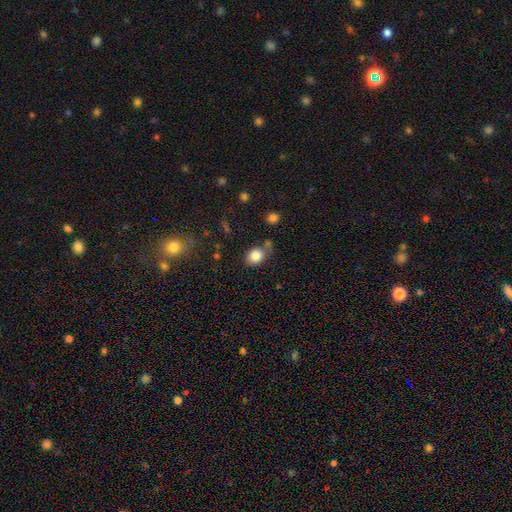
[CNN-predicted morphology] Smooth or featured: smooth — 83% (star or artifact — 9%)
How rounded: in between — 57% (round — 42%)
Merging: none — 64% (minor disturbance — 20%)